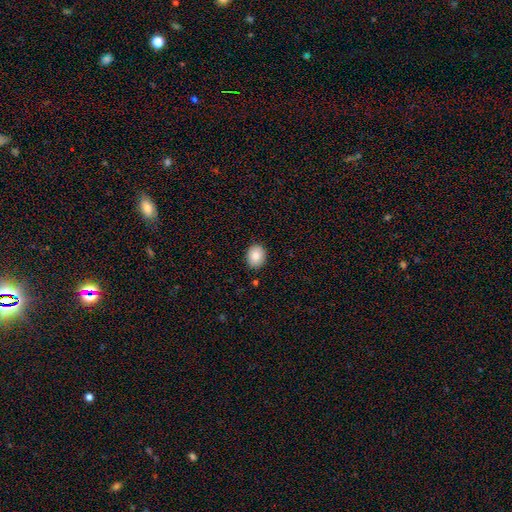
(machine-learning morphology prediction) smooth 86%, star or artifact 8%, featured or disk 7%. Down the decision tree: how rounded — round (53%); merging — none (88%).